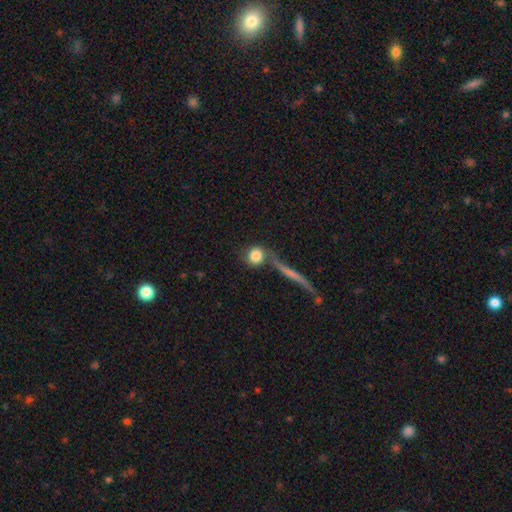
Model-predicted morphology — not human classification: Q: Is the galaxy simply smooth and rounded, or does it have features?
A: smooth — 79%.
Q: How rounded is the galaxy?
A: round — 83%.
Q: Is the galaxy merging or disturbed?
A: none — 57%.